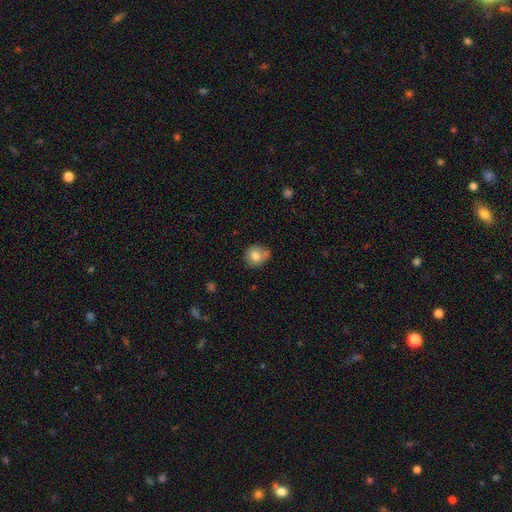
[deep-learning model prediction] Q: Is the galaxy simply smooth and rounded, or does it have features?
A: smooth — 76%.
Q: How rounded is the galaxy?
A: round — 68%.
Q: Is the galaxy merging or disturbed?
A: none — 59%.